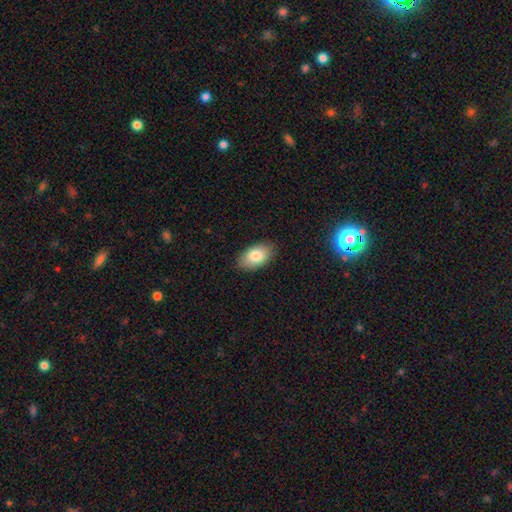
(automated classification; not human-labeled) Smooth or featured? smooth (82%)
How rounded? in between (93%)
Merging? none (85%)